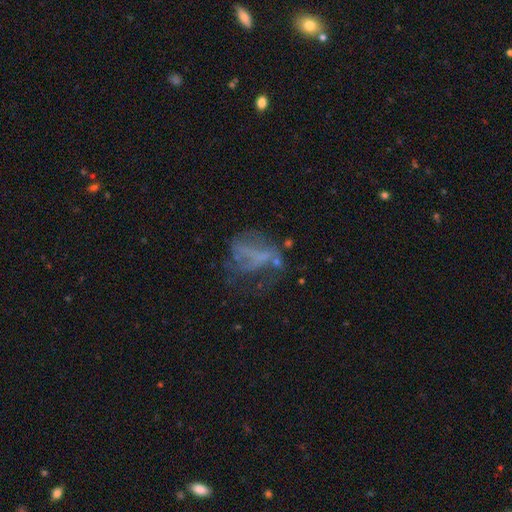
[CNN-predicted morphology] smooth-or-featured: featured or disk: 49% | smooth: 29% | star or artifact: 21%
  merging: major disturbance: 38% | none: 36% | minor disturbance: 19% | merger: 7%